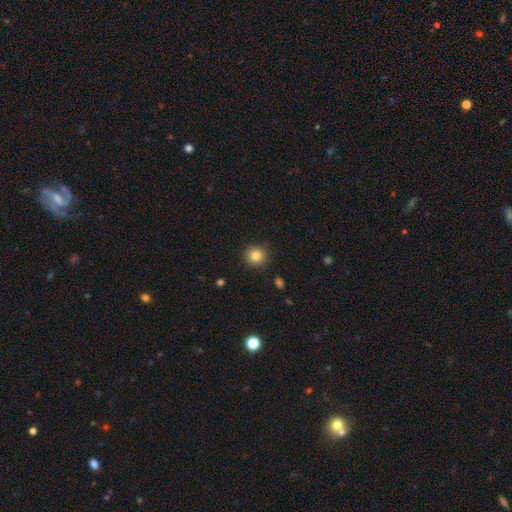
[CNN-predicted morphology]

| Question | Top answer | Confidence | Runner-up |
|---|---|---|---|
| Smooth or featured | smooth | 84% | star or artifact (10%) |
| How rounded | round | 90% | in between (9%) |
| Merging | none | 89% | minor disturbance (8%) |